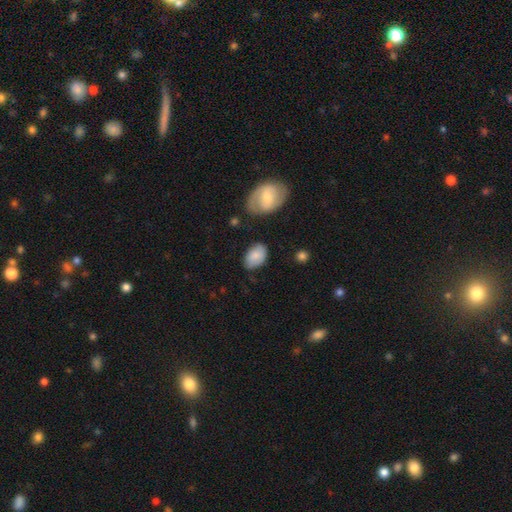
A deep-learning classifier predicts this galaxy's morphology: A smooth galaxy with no disk features (82%) that is in between round and cigar-shaped (88%).

Vote fractions:
- Smooth or featured? smooth: 82% / featured or disk: 12% / star or artifact: 6%
- How rounded? in between: 88% / round: 11% / cigar-shaped: 1%
- Merging? none: 73% / minor disturbance: 19% / major disturbance: 5% / merger: 3%